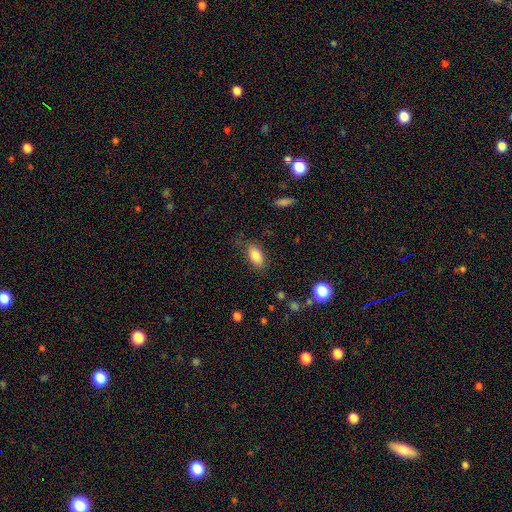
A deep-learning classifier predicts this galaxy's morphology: smooth_or_featured: smooth (p=0.82) [alt: featured or disk p=0.10]
how_rounded: in between (p=0.89) [alt: cigar-shaped p=0.06]
merging: none (p=0.79) [alt: minor disturbance p=0.15]